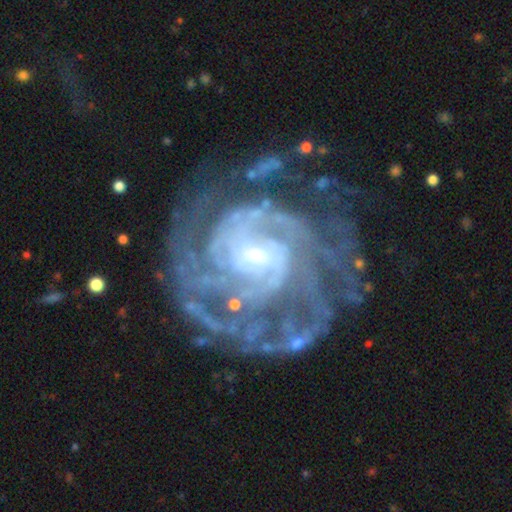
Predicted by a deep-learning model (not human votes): Smooth or featured? Predicted: featured or disk (p=0.91). Edge-on disk? Predicted: no (p=0.98). Bar? Predicted: no (p=0.46). Spiral arms? Predicted: yes (p=0.97). Spiral winding? Predicted: tight (p=0.67). Spiral arm count? Predicted: can't tell (p=0.26). Bulge size? Predicted: small (p=0.73). Merging? Predicted: none (p=0.63).